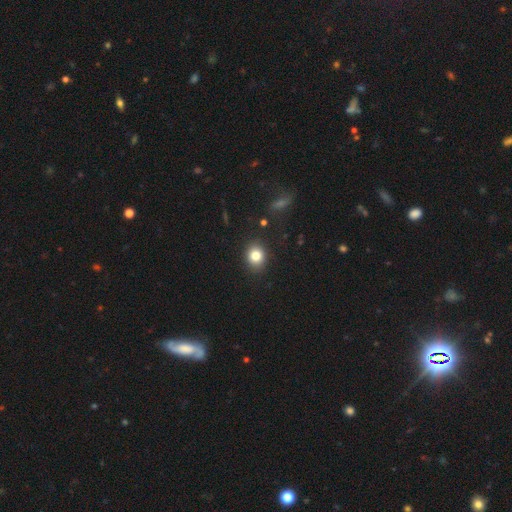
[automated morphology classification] Smooth or featured? Predicted: smooth (p=0.82). How rounded? Predicted: round (p=0.65). Merging? Predicted: none (p=0.88).